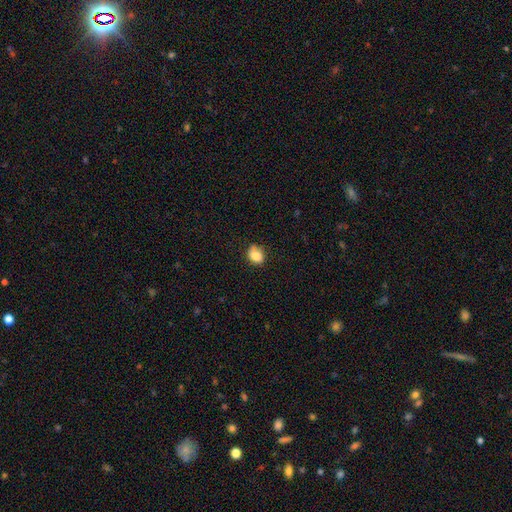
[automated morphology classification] Q: Smooth or featured?
A: smooth (83%); runner-up: star or artifact (9%)
Q: How rounded?
A: round (55%); runner-up: in between (44%)
Q: Merging?
A: none (66%); runner-up: minor disturbance (27%)